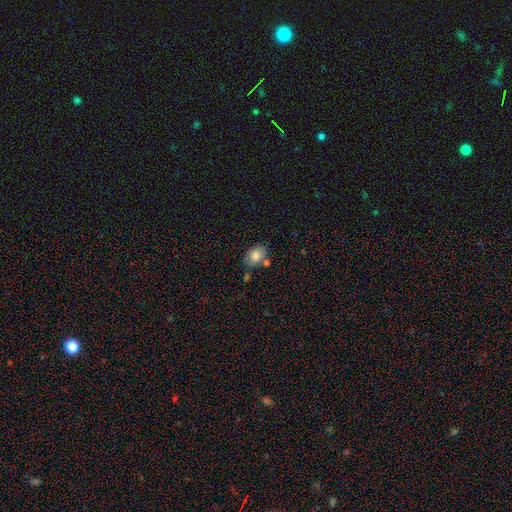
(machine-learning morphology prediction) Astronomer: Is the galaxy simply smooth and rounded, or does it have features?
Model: smooth — 81%.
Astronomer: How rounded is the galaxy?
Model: in between — 78%.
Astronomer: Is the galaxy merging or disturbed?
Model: none — 70%.